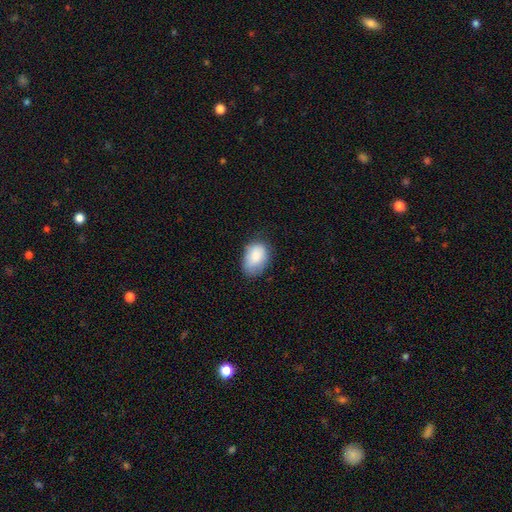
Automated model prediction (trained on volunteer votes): Smooth or featured?
  - smooth: 85% *
  - featured or disk: 8%
  - star or artifact: 7%
How rounded?
  - in between: 84% *
  - round: 15%
  - cigar-shaped: 1%
Merging?
  - none: 61% *
  - minor disturbance: 30%
  - major disturbance: 8%
  - merger: 2%